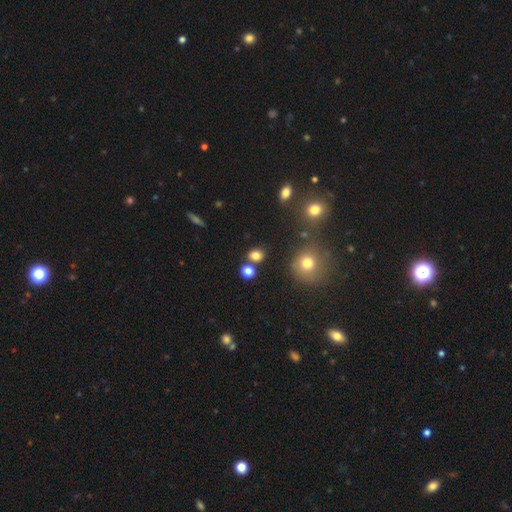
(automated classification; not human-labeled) Smooth or featured?
  - smooth: 80% *
  - star or artifact: 14%
  - featured or disk: 6%
How rounded?
  - round: 63% *
  - in between: 36%
  - cigar-shaped: 1%
Merging?
  - none: 74% *
  - merger: 14%
  - minor disturbance: 9%
  - major disturbance: 3%